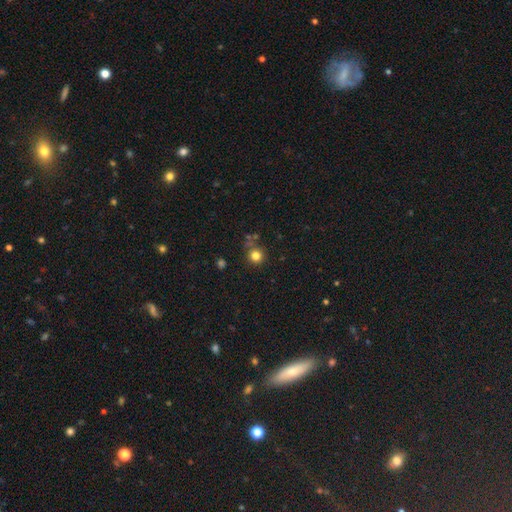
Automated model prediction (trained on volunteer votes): The model was most divided on "merging": none: 76%, minor disturbance: 12%, merger: 8%, major disturbance: 4%. More confident: how rounded — round (92%); smooth or featured — smooth (80%).